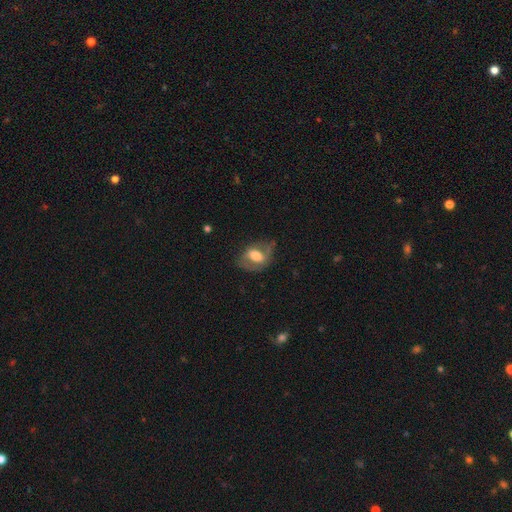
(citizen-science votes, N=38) Smooth or featured?
  - smooth: 74% *
  - featured or disk: 26%
  - star or artifact: 0%
How rounded?
  - in between: 82% *
  - round: 18%
  - cigar-shaped: 0%
Merging?
  - minor disturbance: 45% *
  - none: 34%
  - major disturbance: 13%
  - merger: 8%